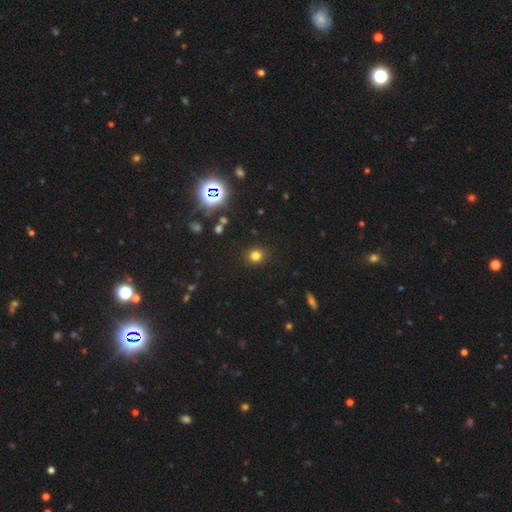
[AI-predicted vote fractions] Overall: smooth (77%). How rounded: round (80%). Merging: none (89%).